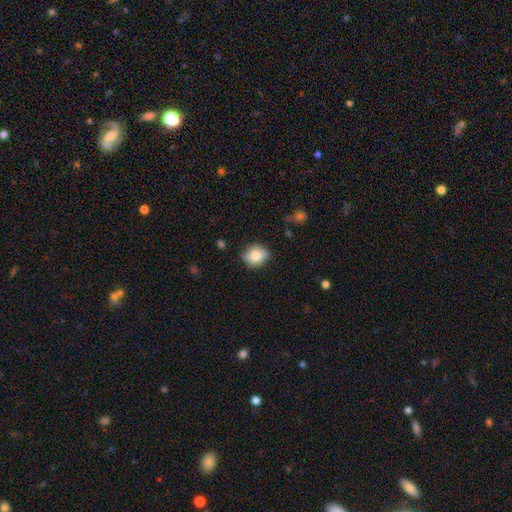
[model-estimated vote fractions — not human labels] Smooth or featured? smooth (73%)
How rounded? round (62%)
Merging? none (72%)